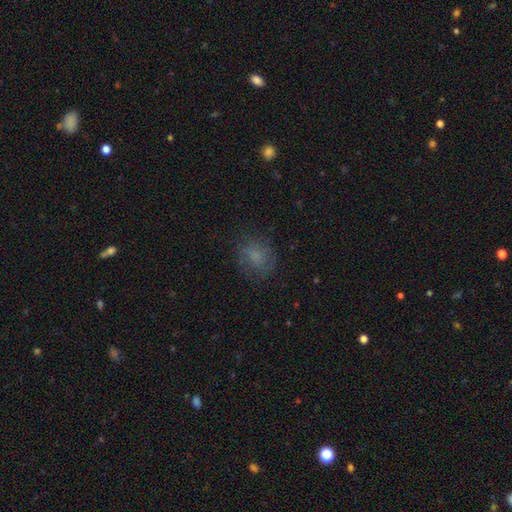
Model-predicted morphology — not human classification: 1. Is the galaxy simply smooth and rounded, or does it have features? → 64% smooth, 21% featured or disk, 15% star or artifact.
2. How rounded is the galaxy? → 63% round, 36% in between, 1% cigar-shaped.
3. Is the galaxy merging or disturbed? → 72% none, 17% minor disturbance, 10% major disturbance, 1% merger.